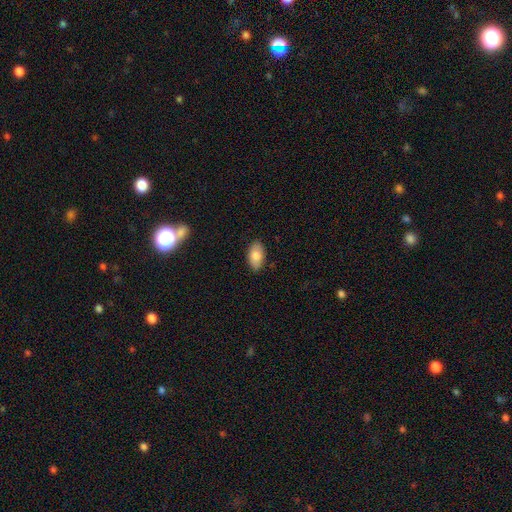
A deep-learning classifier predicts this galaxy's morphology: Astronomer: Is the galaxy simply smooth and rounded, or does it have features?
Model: smooth — 81%.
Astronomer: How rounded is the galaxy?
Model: in between — 94%.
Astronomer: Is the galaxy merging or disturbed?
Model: none — 87%.